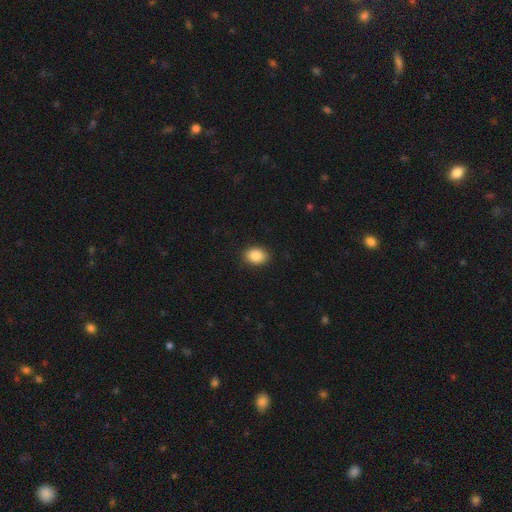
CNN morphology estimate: smooth 87%, star or artifact 8%, featured or disk 5%. Down the decision tree: how rounded — in between (69%); merging — none (88%).